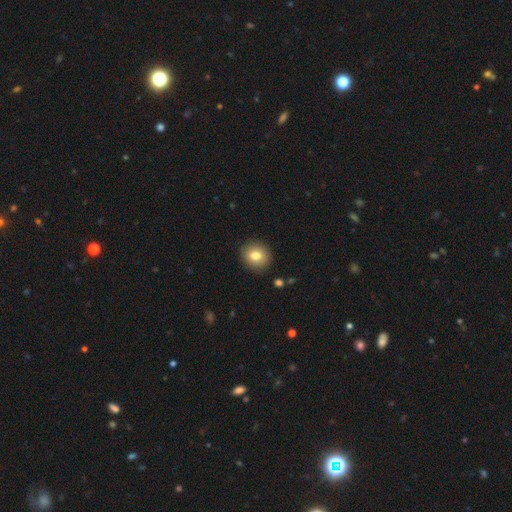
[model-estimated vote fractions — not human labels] Smooth or featured?
  - smooth: 80% *
  - featured or disk: 11%
  - star or artifact: 9%
How rounded?
  - round: 84% *
  - in between: 15%
  - cigar-shaped: 1%
Merging?
  - none: 90% *
  - minor disturbance: 7%
  - major disturbance: 2%
  - merger: 1%